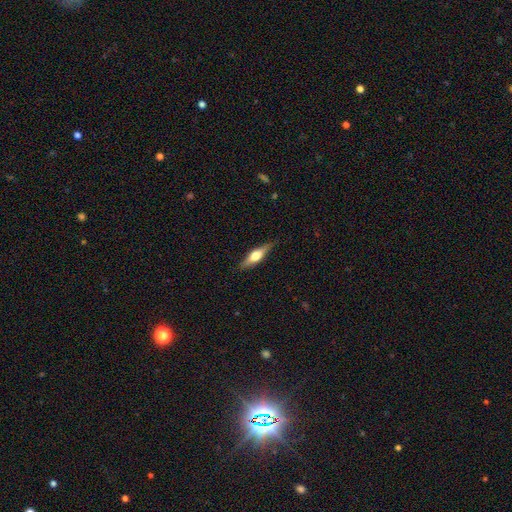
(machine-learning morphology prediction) A featured or disk galaxy (59%) viewed edge-on (95%) with a rounded central bulge (93%). Merging: none (87%).